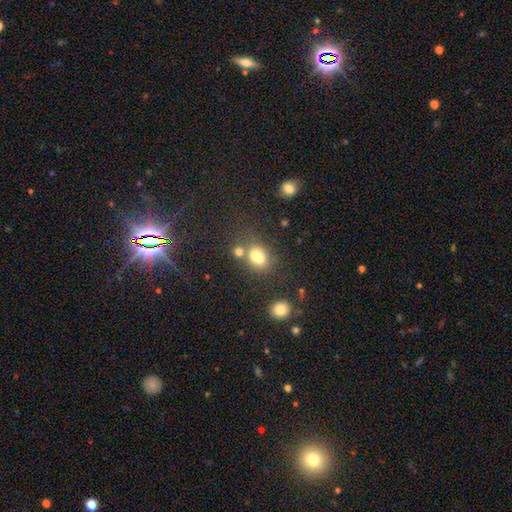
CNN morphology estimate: A smooth galaxy with no disk features (76%) that is in between round and cigar-shaped (61%). Merging: none (47%).